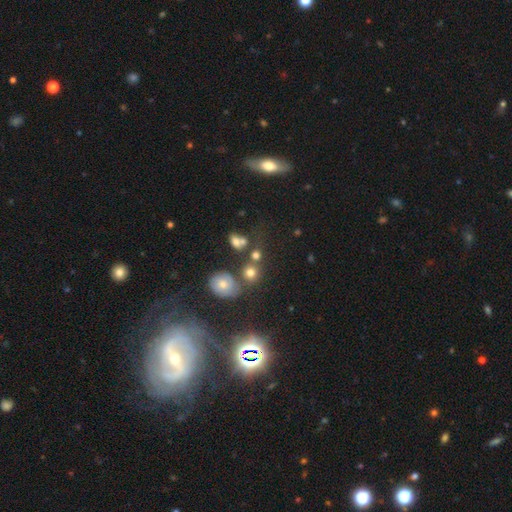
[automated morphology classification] Smooth or featured: smooth — 70% (star or artifact — 17%)
How rounded: round — 79% (in between — 19%)
Merging: none — 52% (merger — 29%)